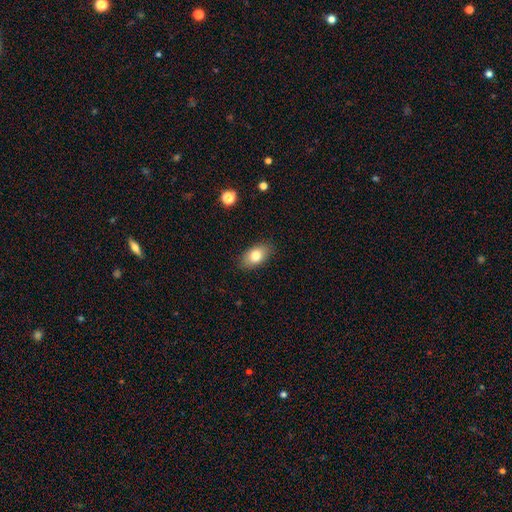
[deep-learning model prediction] Smooth or featured?
  - smooth: 80% *
  - featured or disk: 12%
  - star or artifact: 8%
How rounded?
  - in between: 90% *
  - round: 7%
  - cigar-shaped: 2%
Merging?
  - none: 86% *
  - minor disturbance: 10%
  - major disturbance: 2%
  - merger: 1%